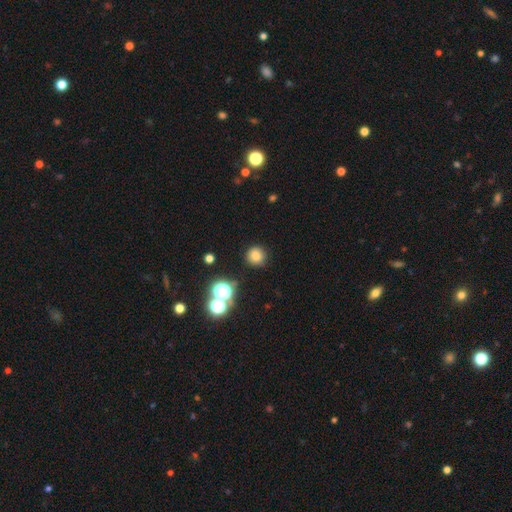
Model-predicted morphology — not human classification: Overall: smooth (77%). How rounded: round (92%). Merging: none (88%).